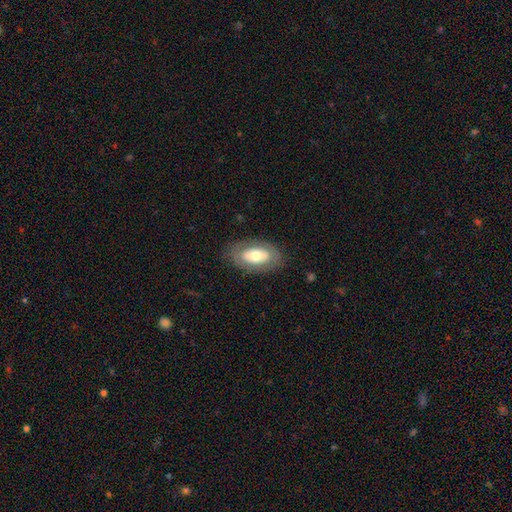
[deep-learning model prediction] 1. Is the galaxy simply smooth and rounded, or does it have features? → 53% smooth, 40% featured or disk, 6% star or artifact.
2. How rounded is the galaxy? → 91% in between, 7% round, 2% cigar-shaped.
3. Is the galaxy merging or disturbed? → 79% none, 14% minor disturbance, 6% major disturbance, 1% merger.